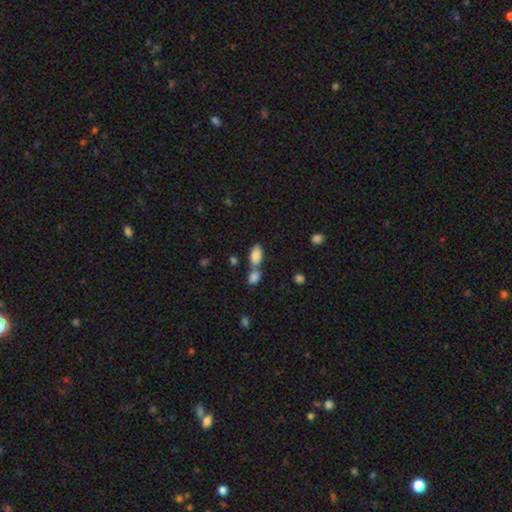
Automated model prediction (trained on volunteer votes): smooth_or_featured: smooth (p=0.85) [alt: star or artifact p=0.08]
how_rounded: in between (p=0.92) [alt: cigar-shaped p=0.04]
merging: merger (p=0.45) [alt: none p=0.42]